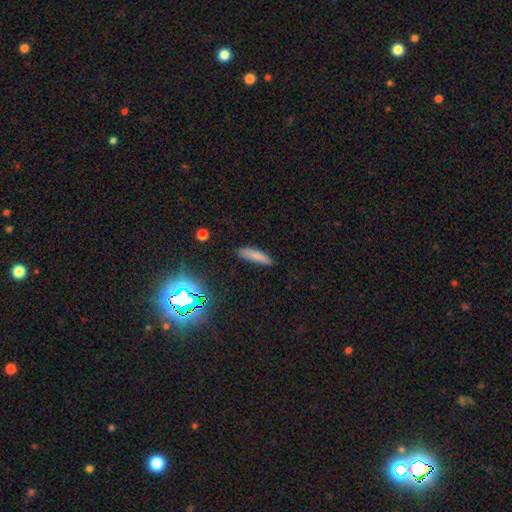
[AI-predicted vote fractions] Morphology: type=smooth (78%); roundness=cigar-shaped (71%); merging=none (82%).